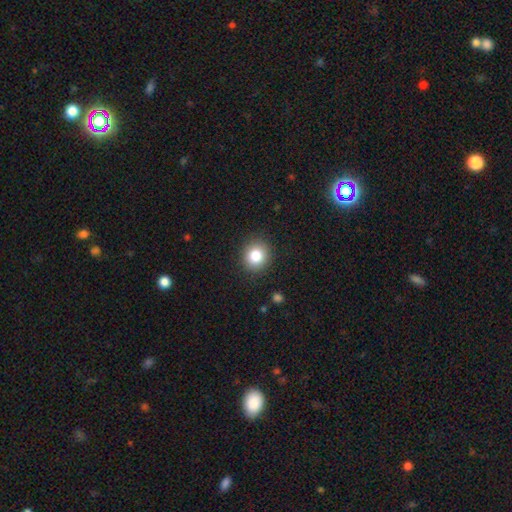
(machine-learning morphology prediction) type=smooth (83%); roundness=round (83%); merging=none (90%).